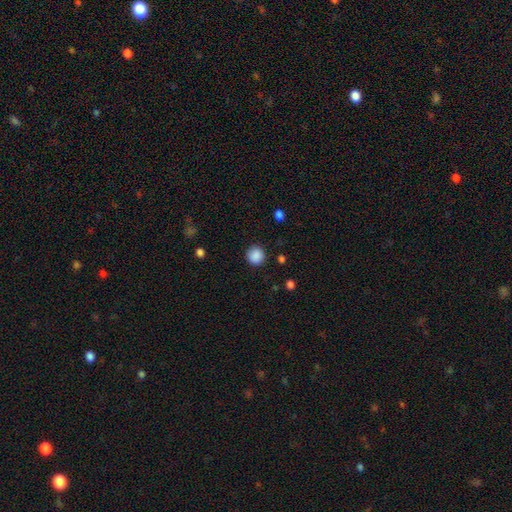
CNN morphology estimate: Overall: smooth (88%). How rounded: round (93%). Merging: none (89%).